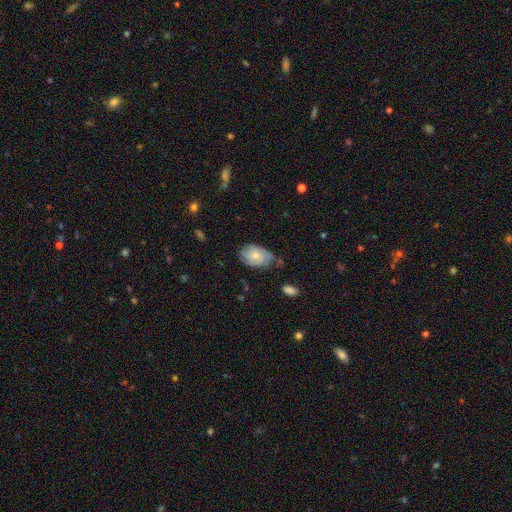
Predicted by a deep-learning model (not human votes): Smooth or featured? Predicted: smooth (p=0.51). How rounded? Predicted: in between (p=0.82). Merging? Predicted: none (p=0.54).